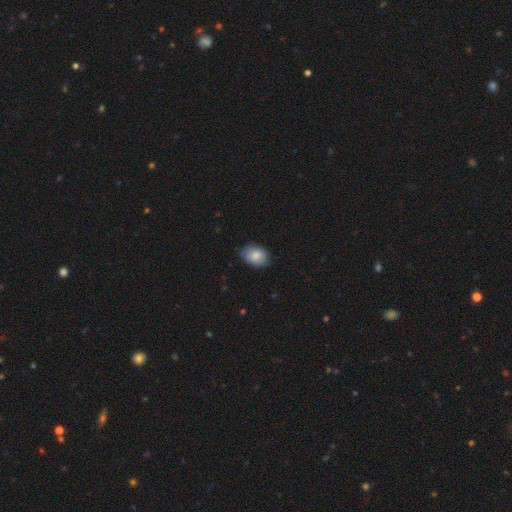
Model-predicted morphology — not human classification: This appears to be a smooth galaxy with no disk features (81%) that is in between round and cigar-shaped (79%). Merging: none (79%).